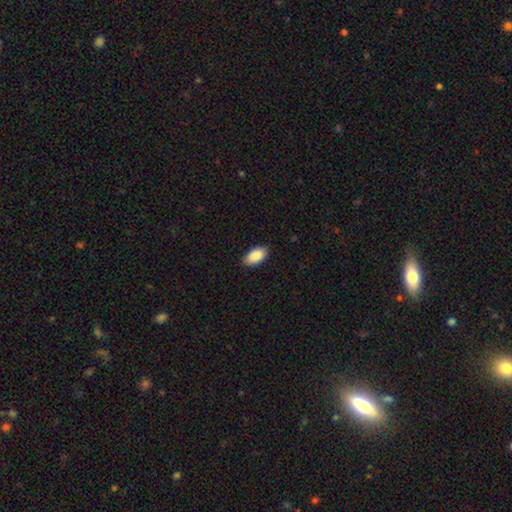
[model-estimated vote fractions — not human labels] This is clearly a smooth galaxy (89%). How rounded: clearly in between (95%). Merging: clearly none (88%).